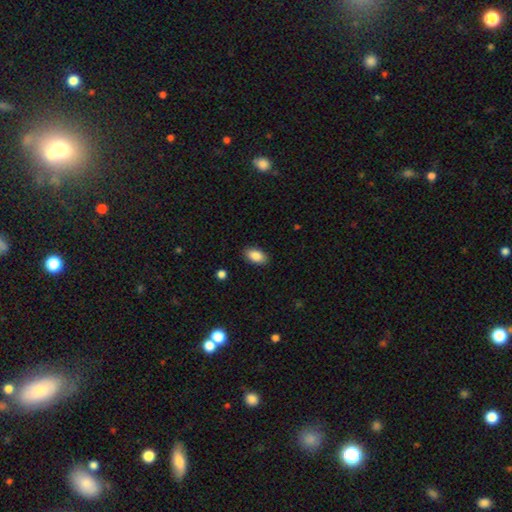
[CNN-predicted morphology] A smooth galaxy with no disk features (88%) that is in between round and cigar-shaped (92%).

Vote fractions:
- Smooth or featured? smooth: 88% / star or artifact: 7% / featured or disk: 5%
- How rounded? in between: 92% / round: 5% / cigar-shaped: 2%
- Merging? none: 88% / minor disturbance: 8% / major disturbance: 2% / merger: 1%